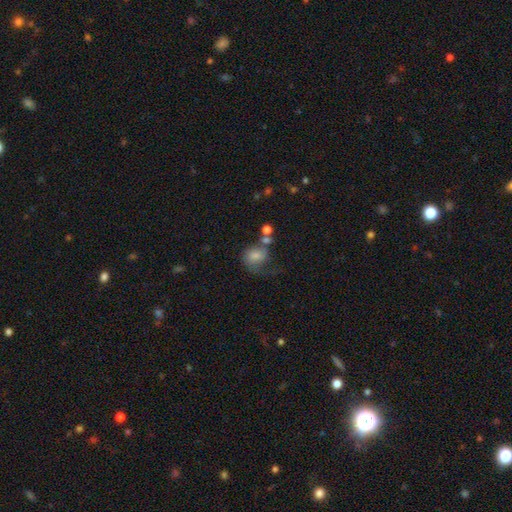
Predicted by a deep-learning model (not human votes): Smooth or featured? Predicted: smooth (p=0.64). How rounded? Predicted: round (p=0.54). Merging? Predicted: major disturbance (p=0.32).